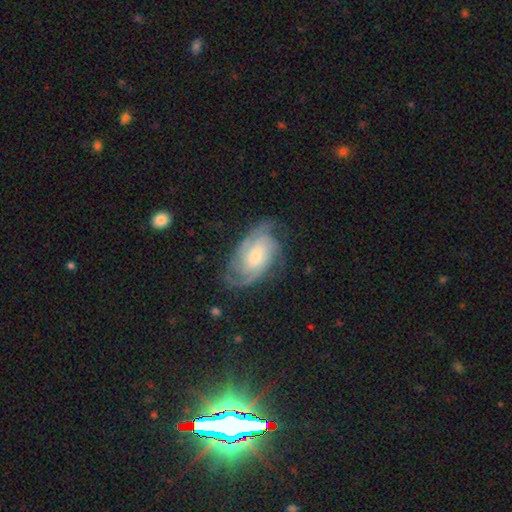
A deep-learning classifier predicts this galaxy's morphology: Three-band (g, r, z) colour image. It shows a featured or disk galaxy (85%) with no bar (55%), 3 (34%) tight (55%) spiral arms (97%) and a moderate central bulge (49%). Merging: none (74%).